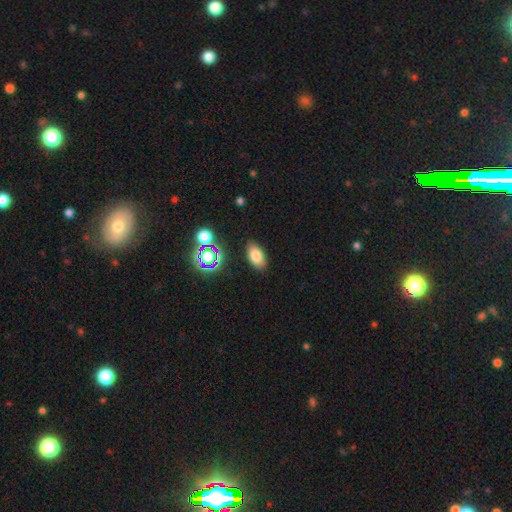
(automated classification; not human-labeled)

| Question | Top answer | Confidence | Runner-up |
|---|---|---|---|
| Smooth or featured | smooth | 76% | star or artifact (13%) |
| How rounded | in between | 90% | round (7%) |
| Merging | none | 84% | minor disturbance (11%) |